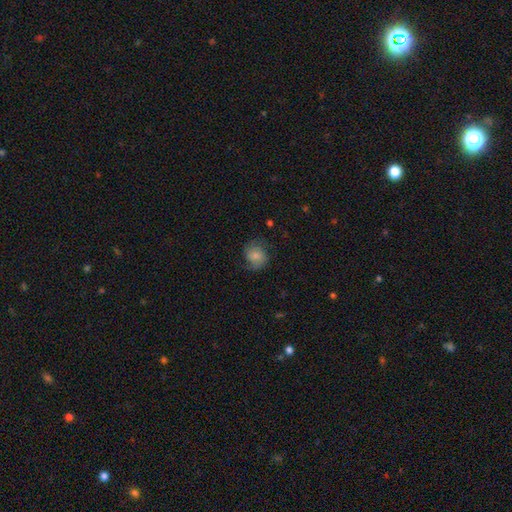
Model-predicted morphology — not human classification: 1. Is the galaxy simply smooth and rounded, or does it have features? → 58% smooth, 33% featured or disk, 9% star or artifact.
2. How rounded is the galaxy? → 73% round, 26% in between, 1% cigar-shaped.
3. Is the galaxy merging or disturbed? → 65% none, 22% minor disturbance, 11% major disturbance, 1% merger.